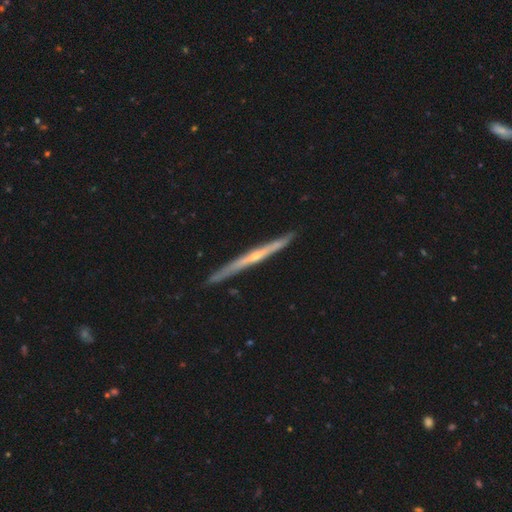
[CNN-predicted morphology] Smooth or featured: featured or disk — 75% (smooth — 20%)
Edge-on disk: yes — 97% (no — 3%)
Edge-on bulge: rounded — 60% (none — 37%)
Merging: none — 89% (minor disturbance — 8%)